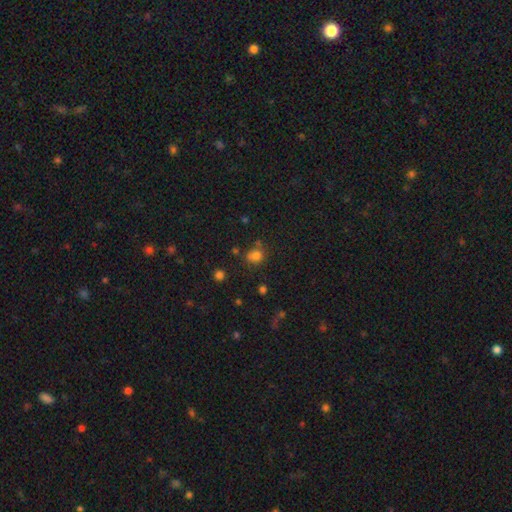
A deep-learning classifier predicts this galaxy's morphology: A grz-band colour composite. It shows a smooth galaxy with no disk features (75%) that is round (55%). Merging: none (57%).